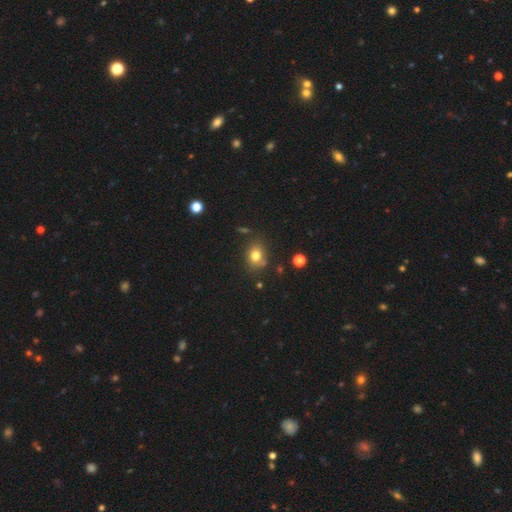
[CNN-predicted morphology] Smooth or featured: smooth — 77% (star or artifact — 13%)
How rounded: round — 51% (in between — 48%)
Merging: none — 73% (minor disturbance — 16%)